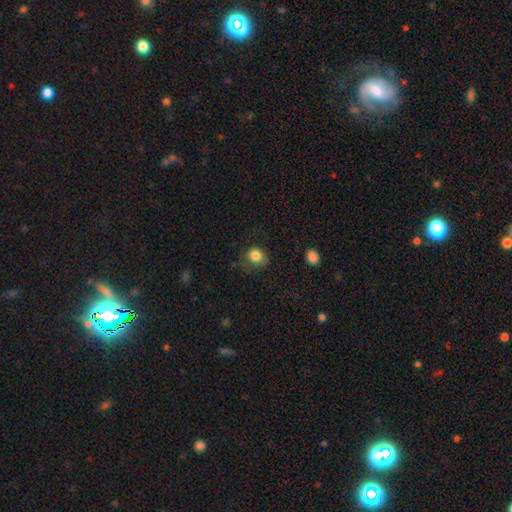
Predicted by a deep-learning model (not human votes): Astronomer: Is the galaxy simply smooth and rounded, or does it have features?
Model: smooth — 83%.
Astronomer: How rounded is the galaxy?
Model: round — 65%.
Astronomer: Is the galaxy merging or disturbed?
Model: none — 60%.